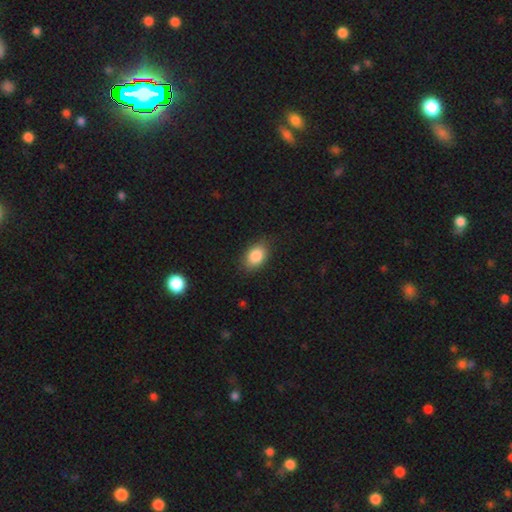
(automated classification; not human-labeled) The model was most divided on "merging": none: 82%, minor disturbance: 14%, major disturbance: 3%, merger: 1%. More confident: smooth or featured — smooth (86%); how rounded — in between (84%).